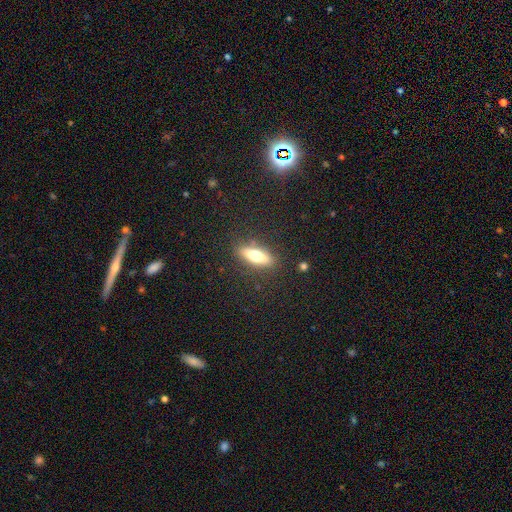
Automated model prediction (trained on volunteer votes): This appears to be a smooth galaxy with no disk features (63%) that is in between round and cigar-shaped (55%). Merging: none (84%).